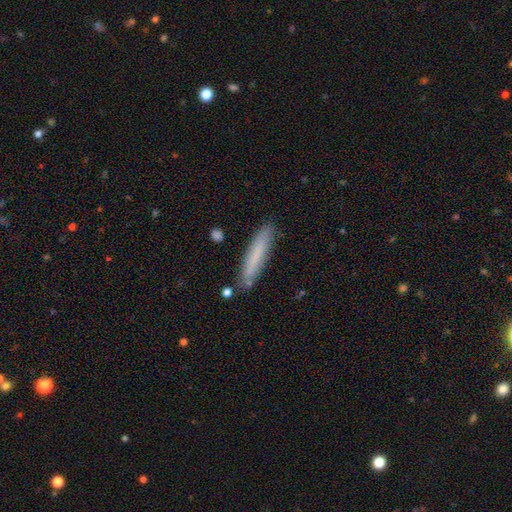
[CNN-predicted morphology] smooth-or-featured: smooth: 74% | featured or disk: 19% | star or artifact: 7%
  how-rounded: cigar-shaped: 90% | in between: 9% | round: 1%
  merging: none: 83% | minor disturbance: 11% | merger: 3% | major disturbance: 2%